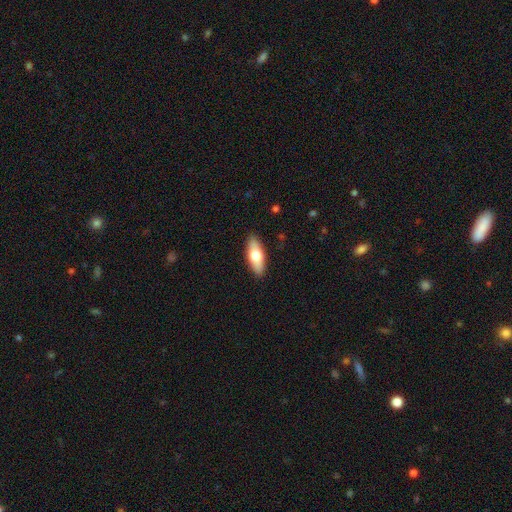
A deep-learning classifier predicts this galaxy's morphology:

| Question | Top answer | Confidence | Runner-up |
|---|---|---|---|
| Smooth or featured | smooth | 67% | featured or disk (28%) |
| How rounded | in between | 72% | cigar-shaped (25%) |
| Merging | none | 89% | minor disturbance (8%) |